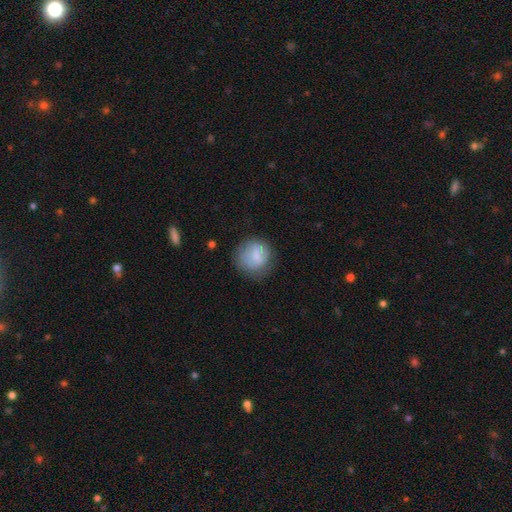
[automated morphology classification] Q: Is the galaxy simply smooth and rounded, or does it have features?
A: smooth — 76%.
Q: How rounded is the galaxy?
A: round — 84%.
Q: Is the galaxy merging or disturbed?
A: none — 66%.